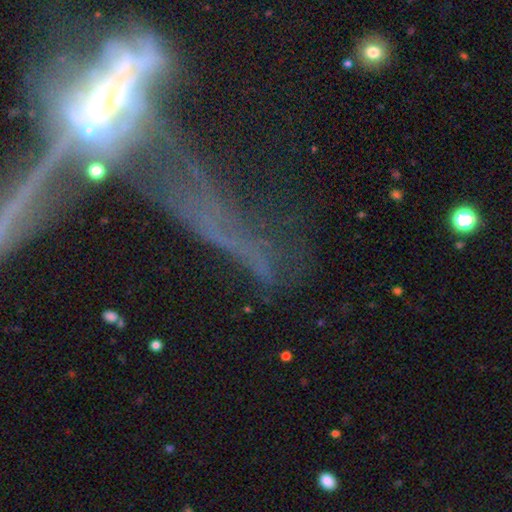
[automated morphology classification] Smooth or featured? Predicted: star or artifact (p=0.45).